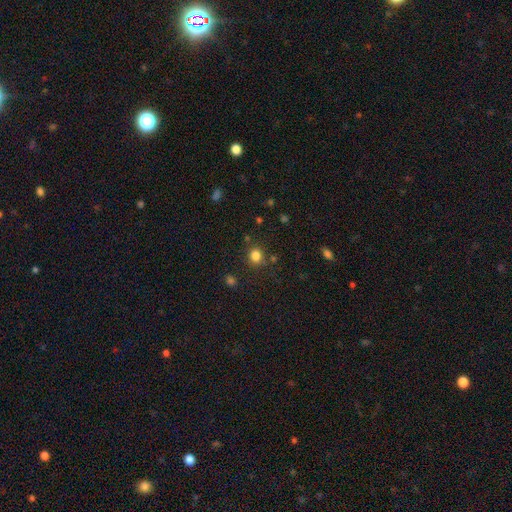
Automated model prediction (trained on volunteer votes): smooth 82%, star or artifact 14%, featured or disk 5%. Down the decision tree: how rounded — round (78%); merging — none (82%).